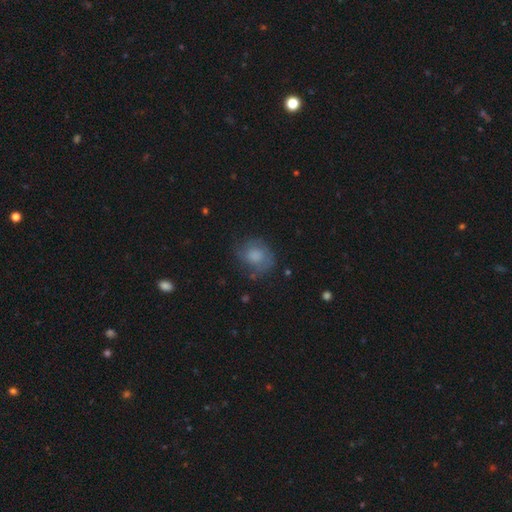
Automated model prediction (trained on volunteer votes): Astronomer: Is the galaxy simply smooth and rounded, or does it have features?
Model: smooth — 68%.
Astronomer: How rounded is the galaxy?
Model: round — 64%.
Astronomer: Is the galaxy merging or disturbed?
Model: none — 62%.